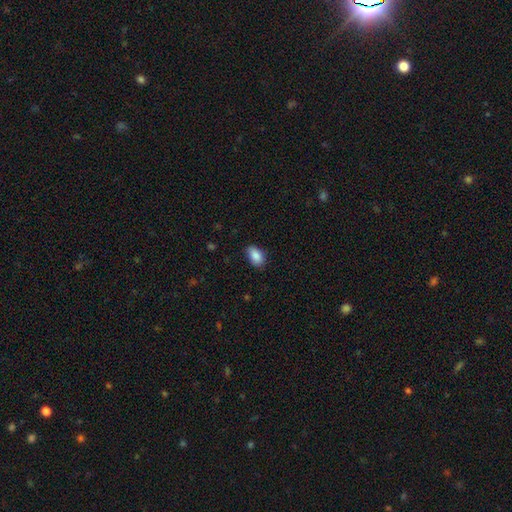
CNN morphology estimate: Overall: smooth (89%). How rounded: in between (90%). Merging: none (81%).